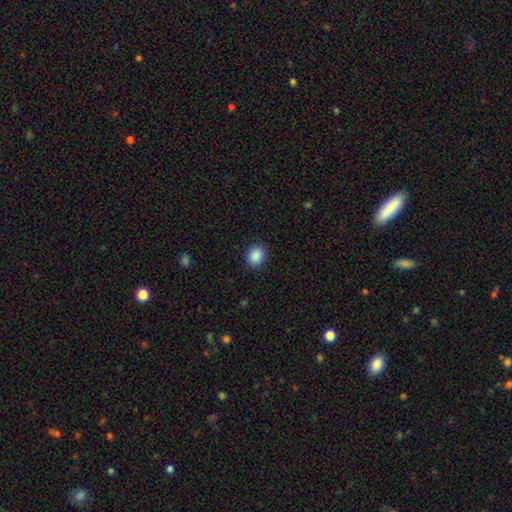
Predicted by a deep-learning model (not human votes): Overall: smooth (89%). How rounded: round (50%; in between 49%). Merging: none (89%).